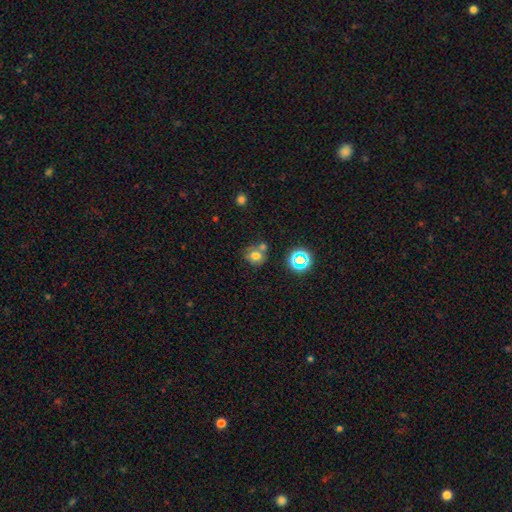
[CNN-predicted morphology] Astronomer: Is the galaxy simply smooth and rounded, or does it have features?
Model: smooth — 67%.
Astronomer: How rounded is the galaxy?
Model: round — 78%.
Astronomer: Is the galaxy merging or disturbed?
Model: none — 50% (runner-up: merger, 33%).